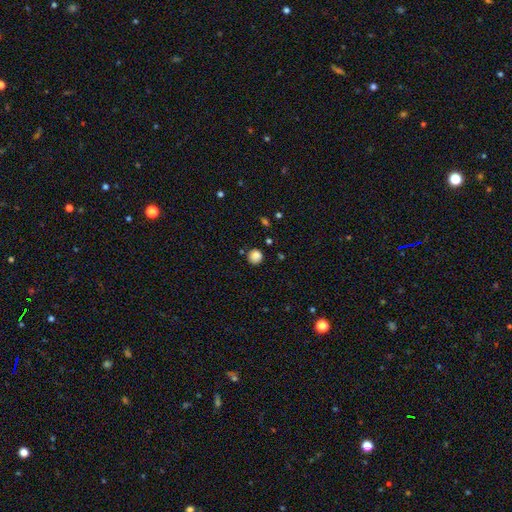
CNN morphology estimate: smooth-or-featured: smooth: 85% | star or artifact: 11% | featured or disk: 5%
  how-rounded: round: 93% | in between: 7% | cigar-shaped: 1%
  merging: none: 83% | minor disturbance: 11% | merger: 3% | major disturbance: 3%